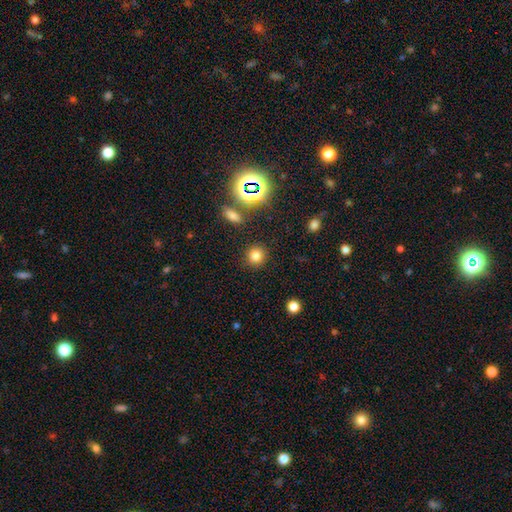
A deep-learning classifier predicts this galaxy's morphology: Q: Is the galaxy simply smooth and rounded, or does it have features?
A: smooth — 78%.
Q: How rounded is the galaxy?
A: round — 89%.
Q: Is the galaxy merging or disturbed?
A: none — 88%.